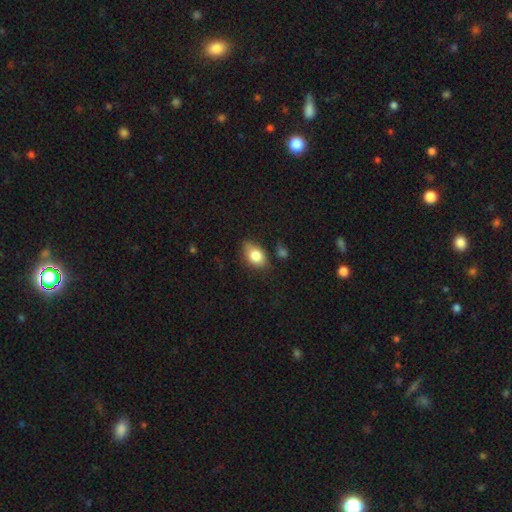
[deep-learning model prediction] Morphology: type=smooth (81%); roundness=in between (82%); merging=none (65%).